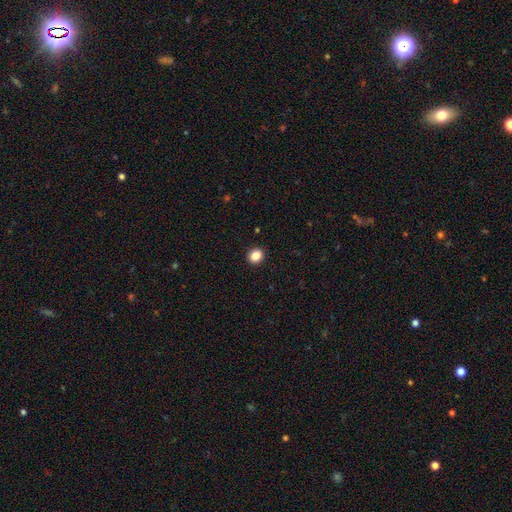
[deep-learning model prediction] The model was most divided on "how rounded": round: 76%, in between: 23%, cigar-shaped: 1%. More confident: merging — none (93%); smooth or featured — smooth (86%).